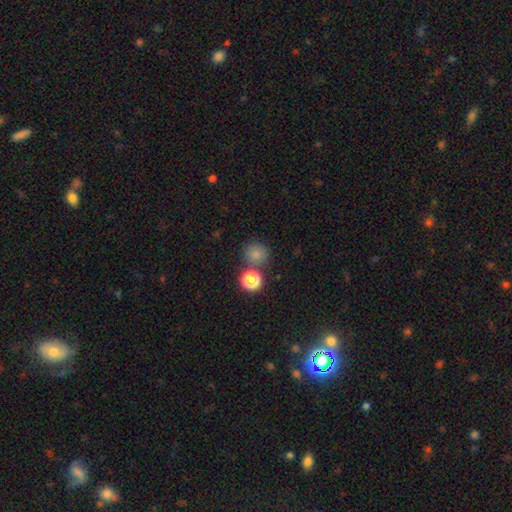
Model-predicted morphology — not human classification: A smooth galaxy with no disk features (74%) that is round (88%).

Vote fractions:
- Smooth or featured? smooth: 74% / star or artifact: 19% / featured or disk: 7%
- How rounded? round: 88% / in between: 11% / cigar-shaped: 1%
- Merging? none: 75% / merger: 14% / minor disturbance: 8% / major disturbance: 3%